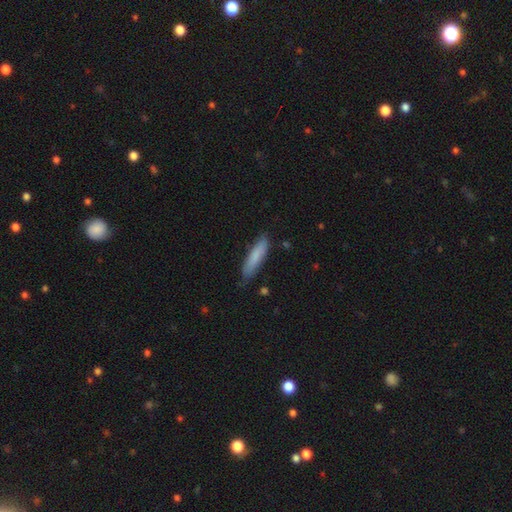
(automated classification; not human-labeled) Smooth or featured?
  - smooth: 81% *
  - featured or disk: 13%
  - star or artifact: 6%
How rounded?
  - cigar-shaped: 81% *
  - in between: 18%
  - round: 1%
Merging?
  - none: 80% *
  - minor disturbance: 16%
  - major disturbance: 3%
  - merger: 1%